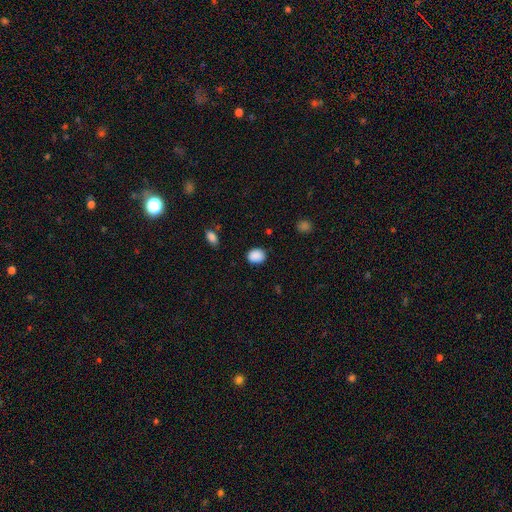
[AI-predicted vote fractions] This appears to be a smooth galaxy with no disk features (89%) that is in between round and cigar-shaped (56%). Merging: none (84%).